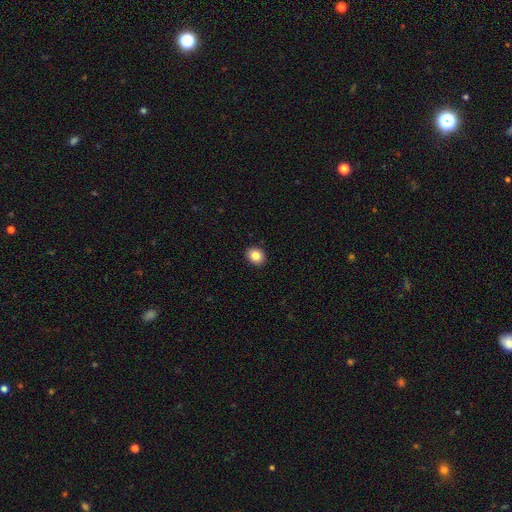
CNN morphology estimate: smooth-or-featured: smooth: 84% | star or artifact: 9% | featured or disk: 7%
  how-rounded: round: 64% | in between: 36% | cigar-shaped: 1%
  merging: none: 92% | minor disturbance: 6% | major disturbance: 1% | merger: 1%